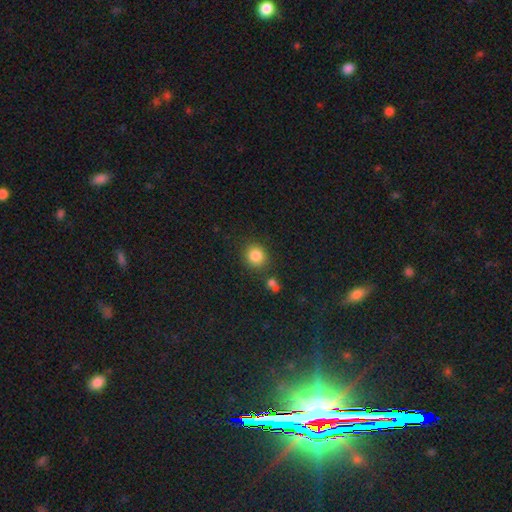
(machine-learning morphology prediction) smooth-or-featured: smooth: 84% | star or artifact: 11% | featured or disk: 5%
  how-rounded: round: 84% | in between: 15% | cigar-shaped: 1%
  merging: none: 82% | minor disturbance: 9% | merger: 6% | major disturbance: 3%